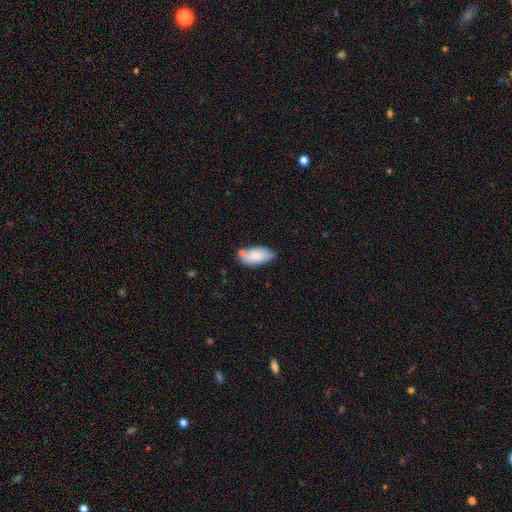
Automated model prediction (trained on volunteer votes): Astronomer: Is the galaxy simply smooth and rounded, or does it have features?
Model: smooth — 81%.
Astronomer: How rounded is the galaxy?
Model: in between — 92%.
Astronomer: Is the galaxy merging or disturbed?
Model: none — 60%.